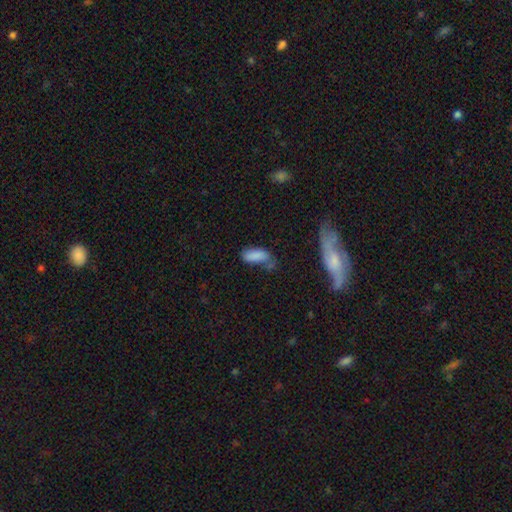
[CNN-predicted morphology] Smooth or featured? Predicted: smooth (p=0.82). How rounded? Predicted: in between (p=0.85). Merging? Predicted: none (p=0.41).